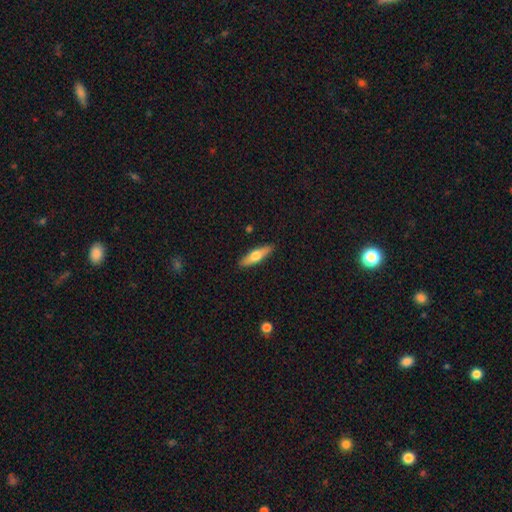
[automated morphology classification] Smooth or featured? Predicted: smooth (p=0.55). How rounded? Predicted: cigar-shaped (p=0.62). Merging? Predicted: none (p=0.89).